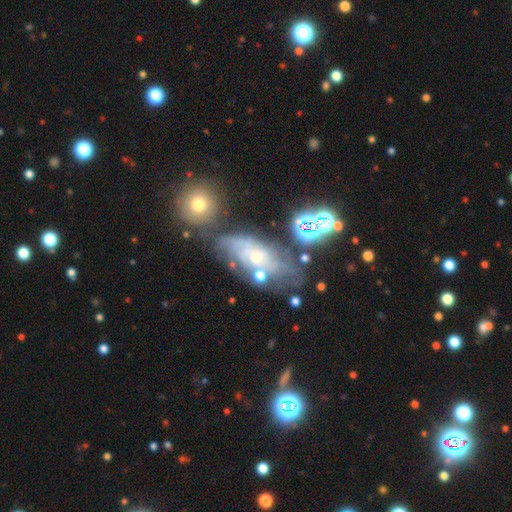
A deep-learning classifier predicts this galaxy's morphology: featured or disk 64%, smooth 20%, star or artifact 16%. Down the decision tree: edge-on disk — no (89%); bar — no (71%); spiral arms — yes (77%); bulge size — small (50%); merging — none (56%).